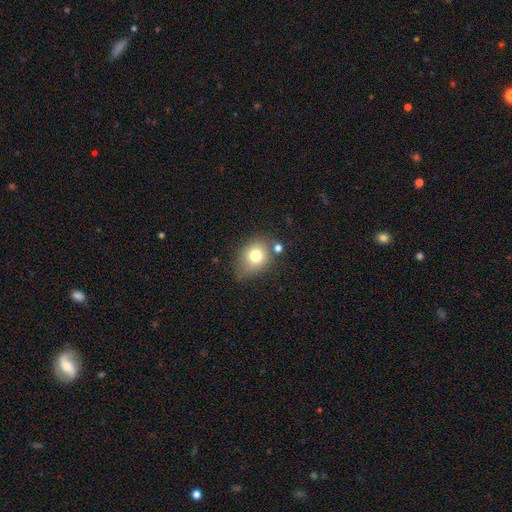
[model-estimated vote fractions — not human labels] Q: Smooth or featured?
A: smooth (74%); runner-up: featured or disk (15%)
Q: How rounded?
A: round (50%); runner-up: in between (49%)
Q: Merging?
A: none (61%); runner-up: minor disturbance (22%)